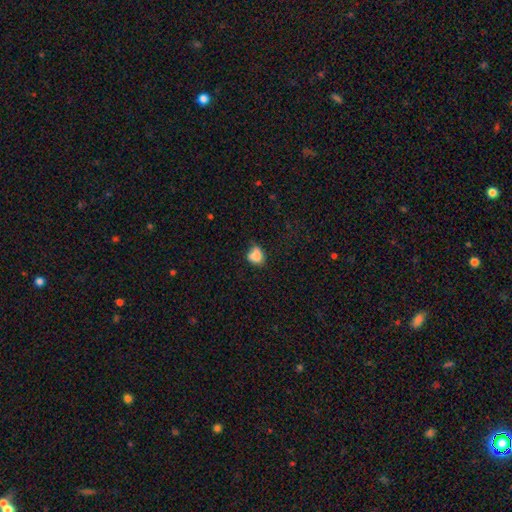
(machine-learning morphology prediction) Smooth or featured? Predicted: smooth (p=0.82). How rounded? Predicted: round (p=0.51). Merging? Predicted: none (p=0.42).